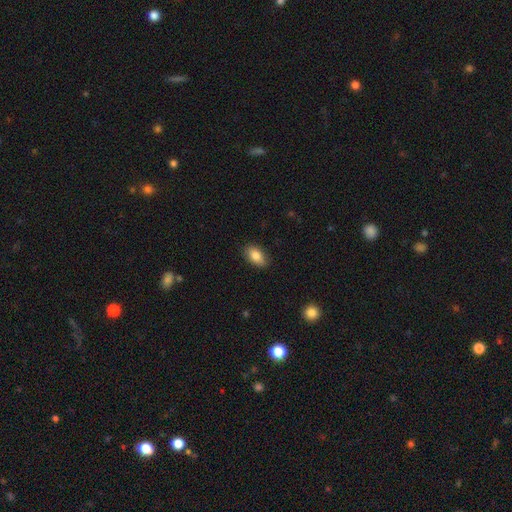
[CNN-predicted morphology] The model was most divided on "smooth or featured": smooth: 84%, featured or disk: 8%, star or artifact: 8%. More confident: how rounded — in between (91%); merging — none (87%).